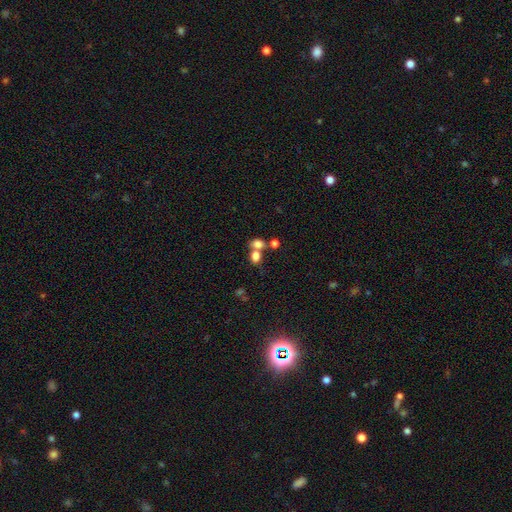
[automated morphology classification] The model was most divided on "how rounded": in between: 55%, round: 43%, cigar-shaped: 1%. More confident: smooth or featured — smooth (76%); merging — merger (53%).